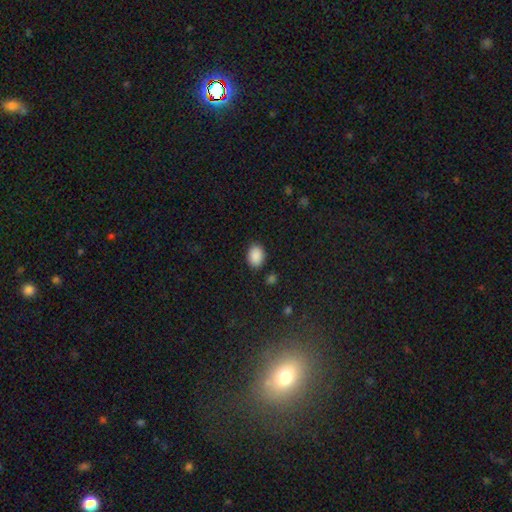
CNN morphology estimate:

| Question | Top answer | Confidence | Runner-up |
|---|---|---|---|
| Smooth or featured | smooth | 90% | star or artifact (8%) |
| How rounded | in between | 76% | round (23%) |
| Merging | none | 85% | minor disturbance (10%) |